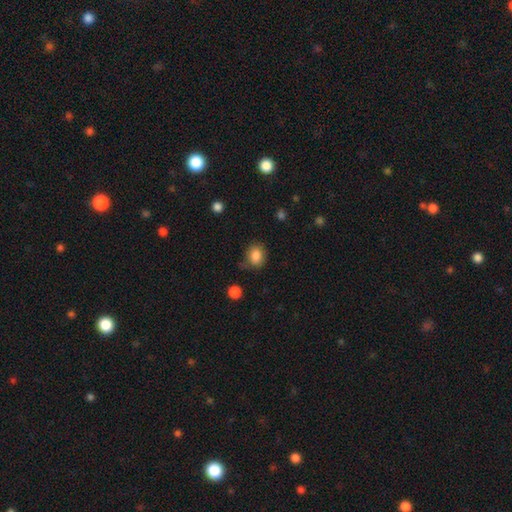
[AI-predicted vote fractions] Morphology: type=smooth (85%); roundness=round (54%); merging=none (72%).